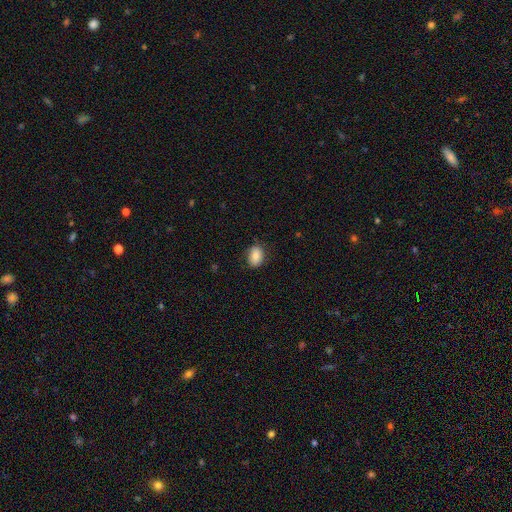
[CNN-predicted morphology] Smooth or featured? smooth (84%)
How rounded? in between (76%)
Merging? none (81%)